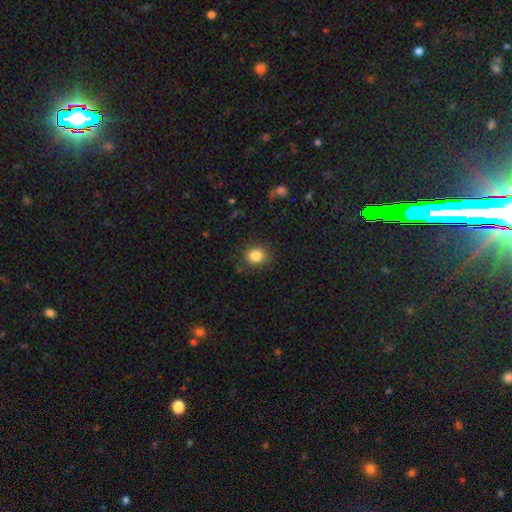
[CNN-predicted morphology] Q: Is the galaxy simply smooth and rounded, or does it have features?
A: smooth — 84%.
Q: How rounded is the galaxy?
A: round — 73%.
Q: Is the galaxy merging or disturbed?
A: none — 86%.